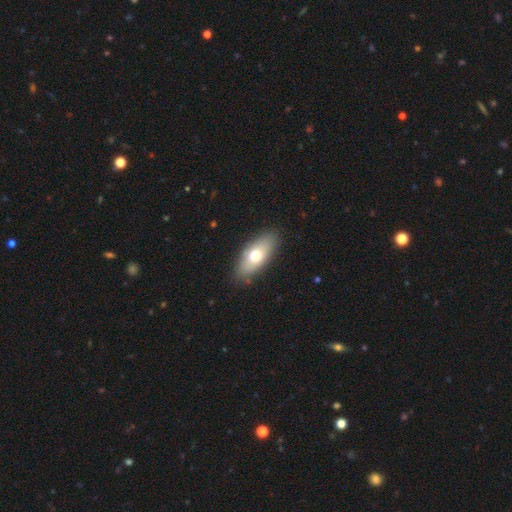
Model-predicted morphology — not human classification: Smooth or featured? smooth (69%)
How rounded? in between (82%)
Merging? none (84%)